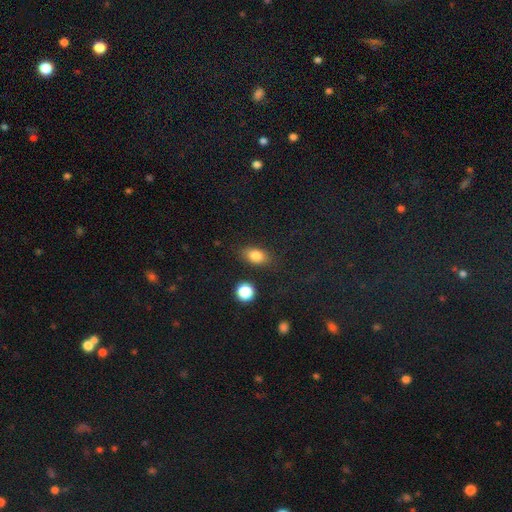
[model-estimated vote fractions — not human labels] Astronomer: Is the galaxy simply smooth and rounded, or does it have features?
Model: smooth — 81%.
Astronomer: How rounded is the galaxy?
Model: in between — 82%.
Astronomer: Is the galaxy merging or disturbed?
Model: none — 83%.